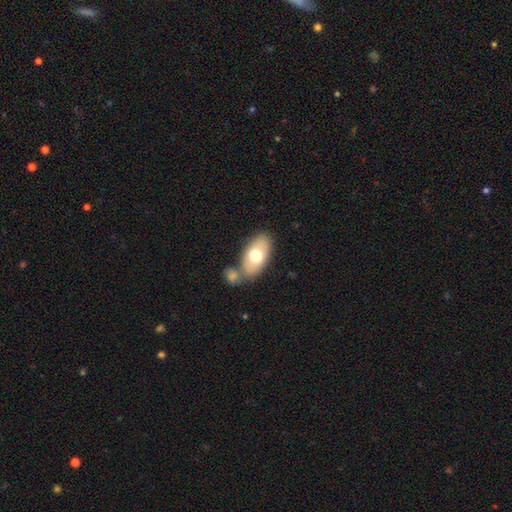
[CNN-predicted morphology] A smooth galaxy with no disk features (68%) that is in between round and cigar-shaped (92%). Merging: none (56%).